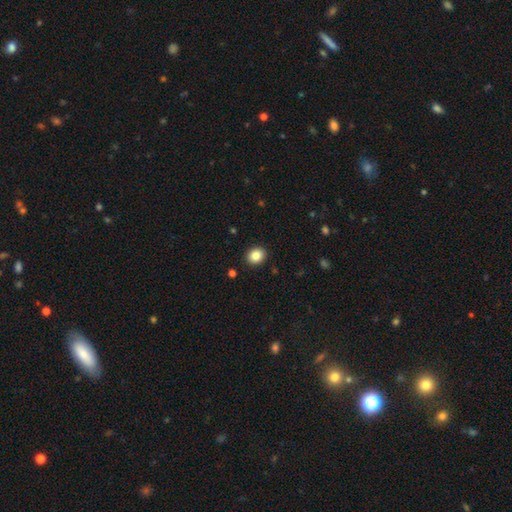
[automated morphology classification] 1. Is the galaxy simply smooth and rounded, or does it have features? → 86% smooth, 9% star or artifact, 5% featured or disk.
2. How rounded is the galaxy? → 61% round, 38% in between, 1% cigar-shaped.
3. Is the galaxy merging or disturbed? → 91% none, 6% minor disturbance, 2% major disturbance, 1% merger.